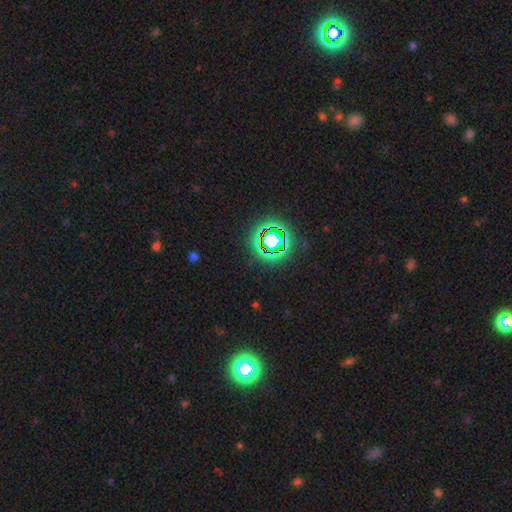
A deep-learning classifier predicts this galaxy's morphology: The model was most divided on "smooth or featured": star or artifact: 77%, smooth: 16%, featured or disk: 7%.